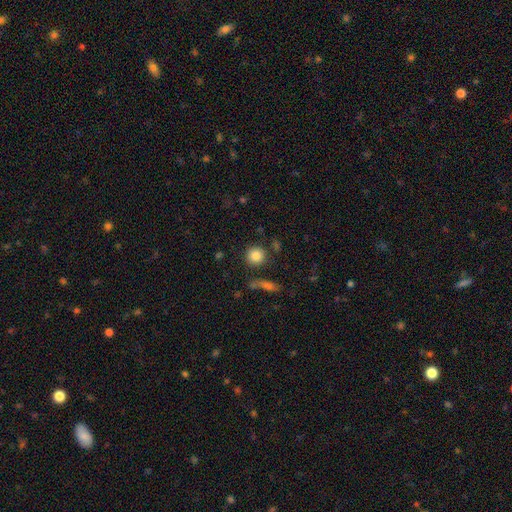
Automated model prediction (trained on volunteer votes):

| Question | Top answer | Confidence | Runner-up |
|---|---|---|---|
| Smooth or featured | smooth | 85% | star or artifact (9%) |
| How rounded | round | 92% | in between (7%) |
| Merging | none | 83% | minor disturbance (8%) |